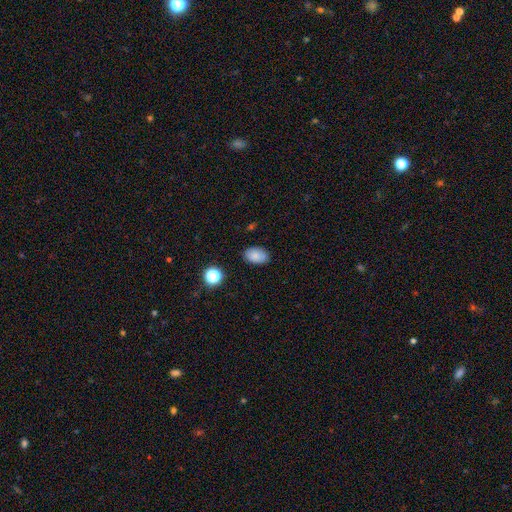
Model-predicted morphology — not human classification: Q: Smooth or featured?
A: smooth (83%); runner-up: star or artifact (10%)
Q: How rounded?
A: in between (87%); runner-up: round (12%)
Q: Merging?
A: none (81%); runner-up: minor disturbance (14%)